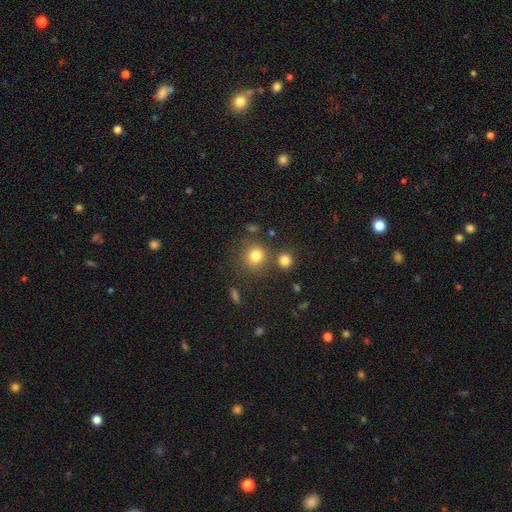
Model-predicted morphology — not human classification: The model was most divided on "merging": none: 75%, merger: 12%, minor disturbance: 10%, major disturbance: 4%. More confident: how rounded — round (89%); smooth or featured — smooth (79%).